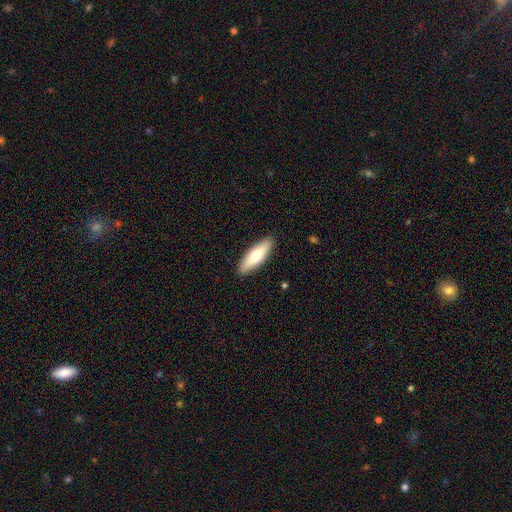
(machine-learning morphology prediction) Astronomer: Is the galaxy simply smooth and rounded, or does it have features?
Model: smooth — 68%.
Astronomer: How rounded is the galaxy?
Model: in between — 50% (runner-up: cigar-shaped, 48%).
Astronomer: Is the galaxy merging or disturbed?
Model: none — 90%.